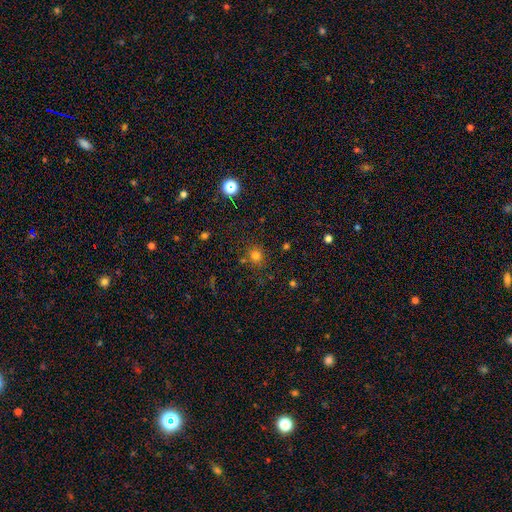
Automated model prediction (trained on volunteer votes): Smooth or featured? Predicted: smooth (p=0.75). How rounded? Predicted: round (p=0.87). Merging? Predicted: none (p=0.79).